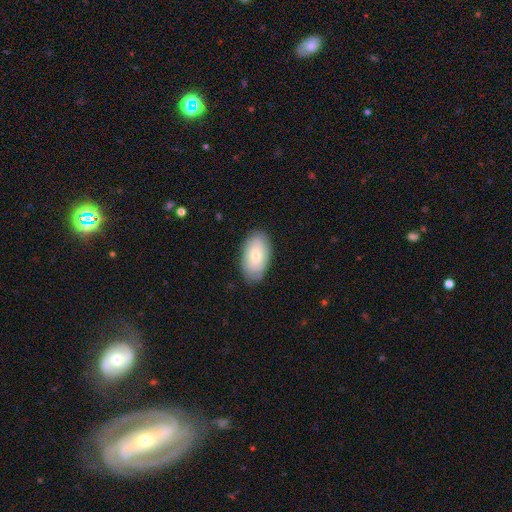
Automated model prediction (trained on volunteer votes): Overall: smooth (62%; featured or disk 31%). How rounded: in between (94%). Merging: none (83%).